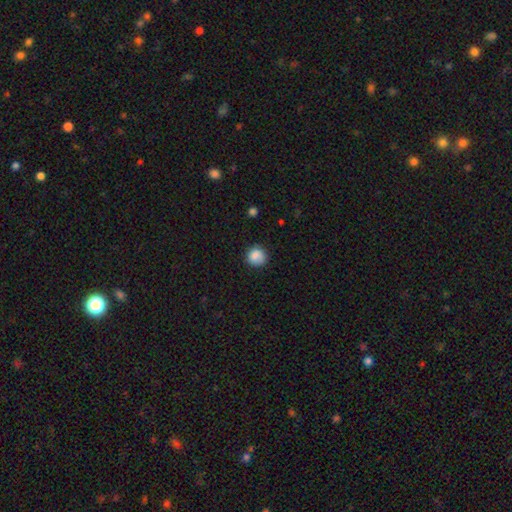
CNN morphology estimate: smooth 85%, star or artifact 9%, featured or disk 6%. Down the decision tree: how rounded — round (87%); merging — none (78%).